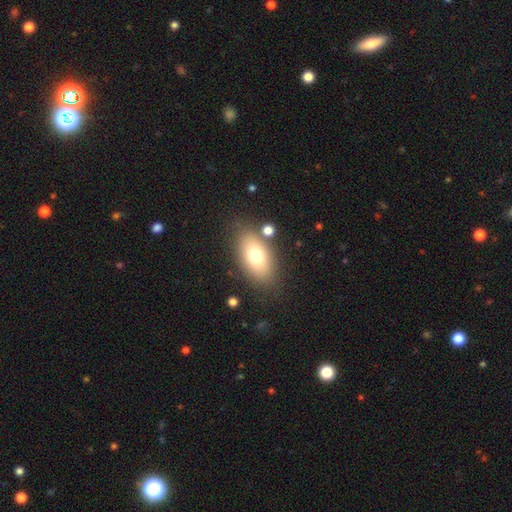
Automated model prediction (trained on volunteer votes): This is likely a smooth galaxy (72%). How rounded: clearly in between (88%). Merging: likely none (78%).